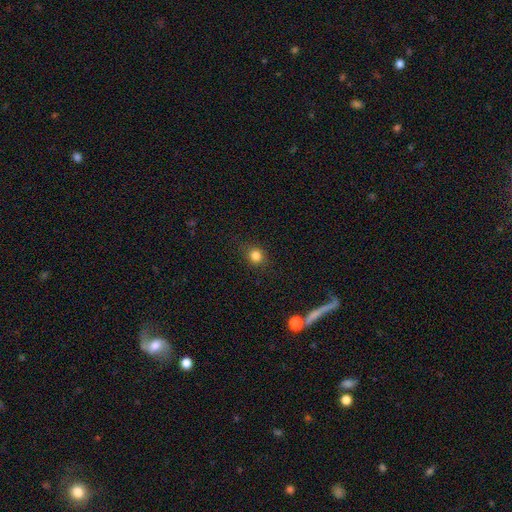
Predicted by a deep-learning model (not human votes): A smooth galaxy with no disk features (83%) that is round (84%). Merging: none (86%).